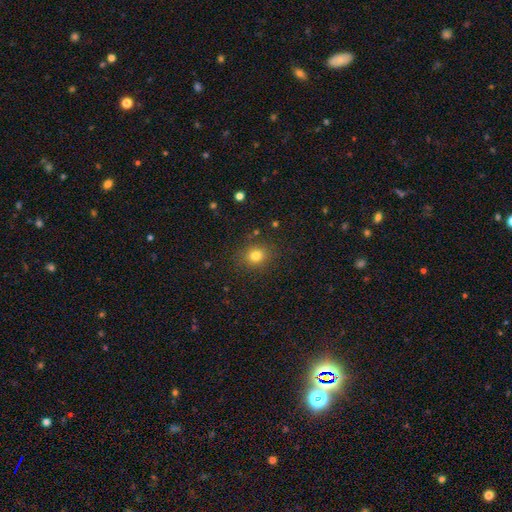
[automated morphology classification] This is likely a smooth galaxy (79%). How rounded: likely round (72%). Merging: clearly none (86%).